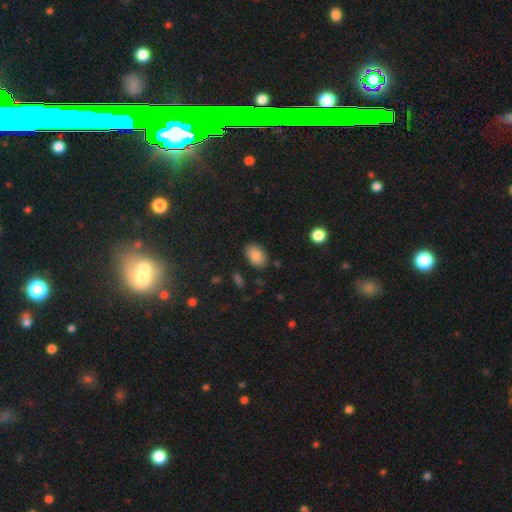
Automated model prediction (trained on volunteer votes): smooth_or_featured: smooth (p=0.85) [alt: star or artifact p=0.08]
how_rounded: in between (p=0.85) [alt: round p=0.14]
merging: none (p=0.84) [alt: minor disturbance p=0.11]